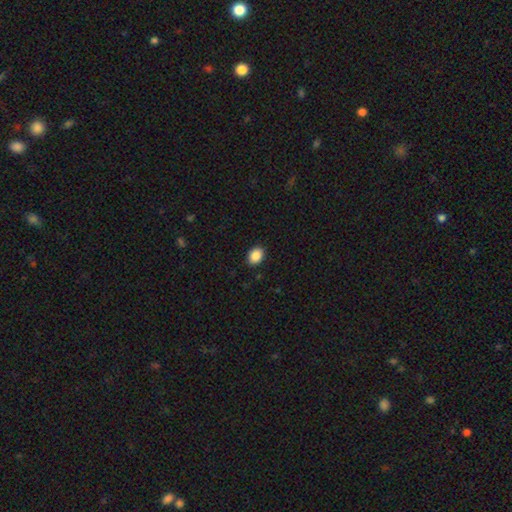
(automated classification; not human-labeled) Smooth or featured?
  - smooth: 89% *
  - star or artifact: 8%
  - featured or disk: 3%
How rounded?
  - in between: 66% *
  - round: 33%
  - cigar-shaped: 1%
Merging?
  - none: 90% *
  - minor disturbance: 7%
  - major disturbance: 2%
  - merger: 1%